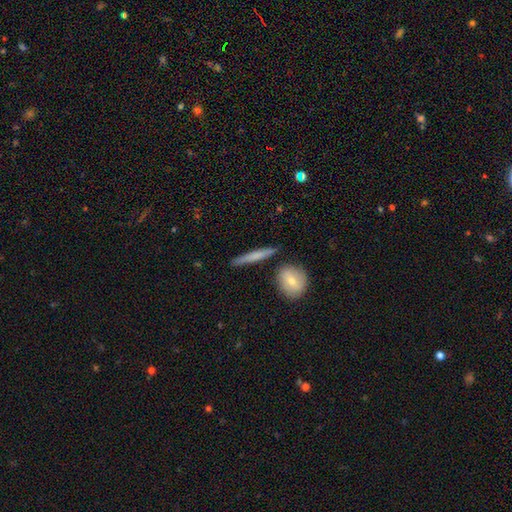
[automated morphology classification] This appears to be a smooth galaxy with no disk features (59%) that is cigar-shaped (90%). Merging: none (85%).